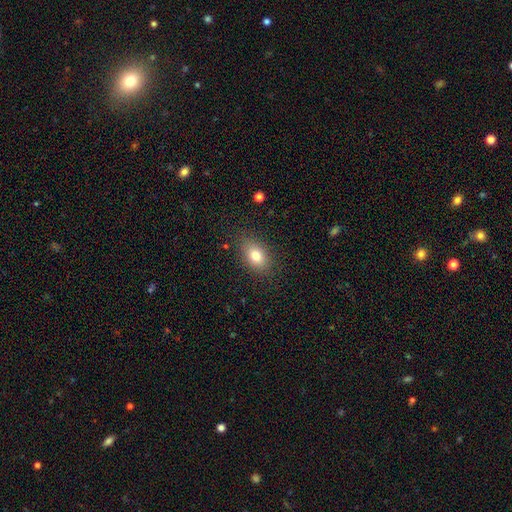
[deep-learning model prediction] A smooth galaxy with no disk features (79%) that is in between round and cigar-shaped (79%). Merging: none (85%).